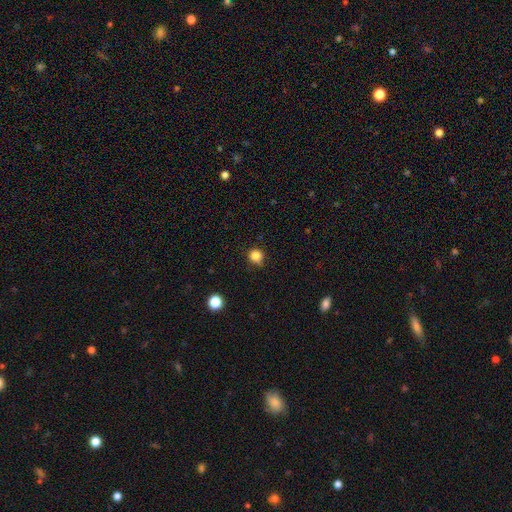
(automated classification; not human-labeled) smooth_or_featured: smooth (p=0.84) [alt: star or artifact p=0.13]
how_rounded: round (p=0.90) [alt: in between p=0.09]
merging: none (p=0.81) [alt: minor disturbance p=0.15]